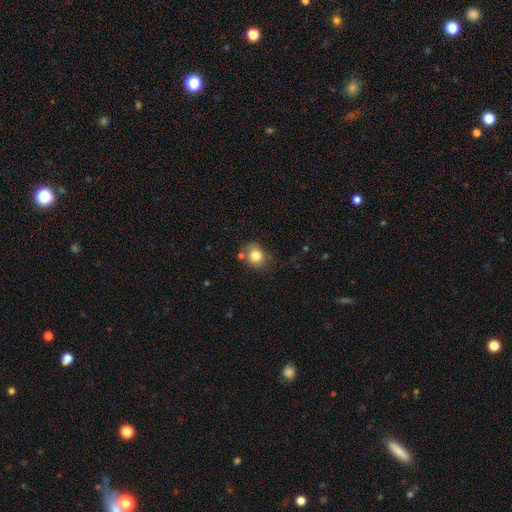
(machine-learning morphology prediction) Smooth or featured? Predicted: smooth (p=0.80). How rounded? Predicted: round (p=0.68). Merging? Predicted: none (p=0.65).